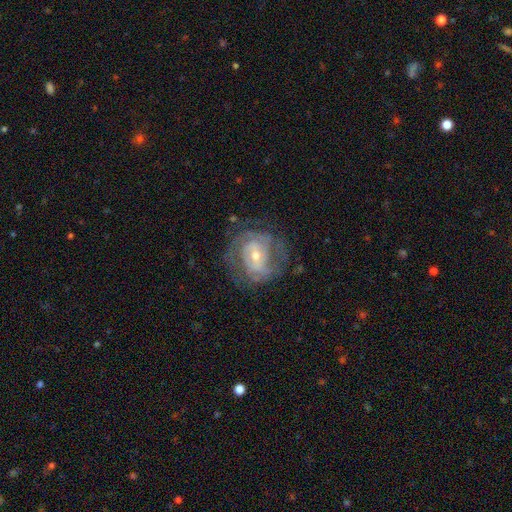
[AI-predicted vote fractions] smooth-or-featured: featured or disk: 81% | smooth: 12% | star or artifact: 6%
  disk-edge-on: no: 97% | yes: 3%
    bar: no: 44% | weak: 41% | strong: 14%
    has-spiral-arms: yes: 86% | no: 14%
      spiral-winding: tight: 54% | medium: 34% | loose: 11%
      spiral-arm-count: 2: 37% | can't tell: 35% | 3: 15% | 4: 5% | 1: 4% | more than 4: 3%
    bulge-size: small: 48% (tied) | moderate: 48% (tied) | large: 3% | none: 1% | dominant: 1%
  merging: none: 66% | minor disturbance: 19% | major disturbance: 14% | merger: 1%